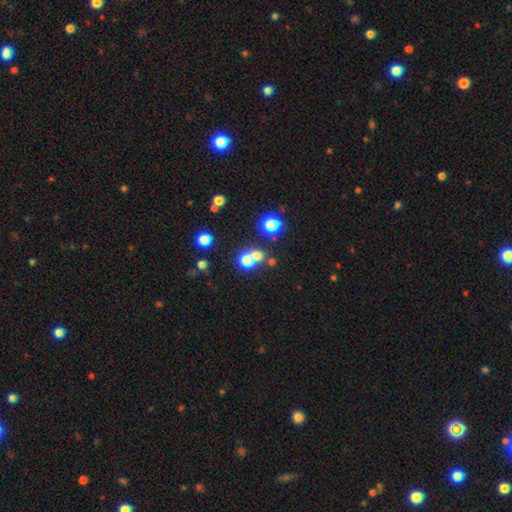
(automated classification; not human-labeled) Smooth or featured? smooth (66%)
How rounded? round (84%)
Merging? none (50%)